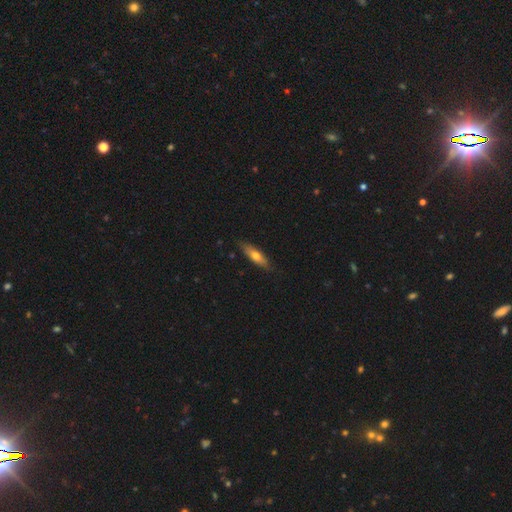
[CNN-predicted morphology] smooth 61%, featured or disk 34%, star or artifact 6%. Down the decision tree: how rounded — cigar-shaped (58%); merging — none (82%).